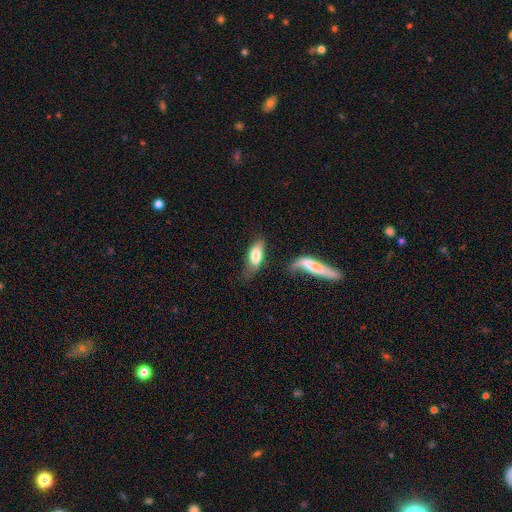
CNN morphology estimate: A smooth galaxy with no disk features (76%) that is in between round and cigar-shaped (82%). Merging: none (44%).